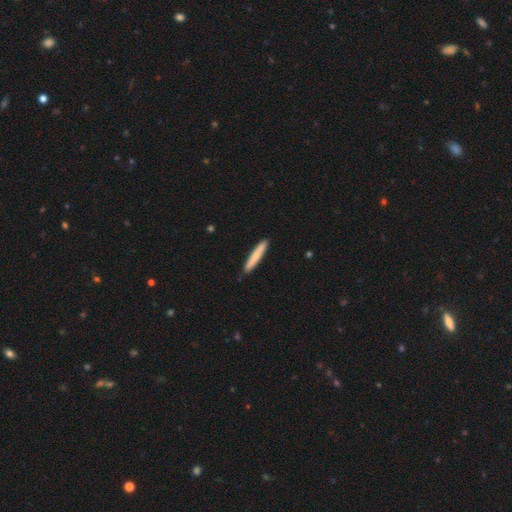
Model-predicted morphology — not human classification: Overall: smooth (77%). How rounded: cigar-shaped (95%). Merging: none (90%).